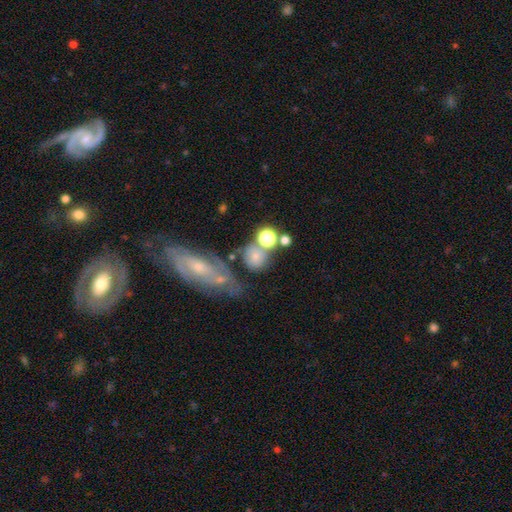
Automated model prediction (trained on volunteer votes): smooth_or_featured: smooth (p=0.66) [alt: featured or disk p=0.19]
how_rounded: round (p=0.77) [alt: in between p=0.21]
merging: none (p=0.53) [alt: merger p=0.25]